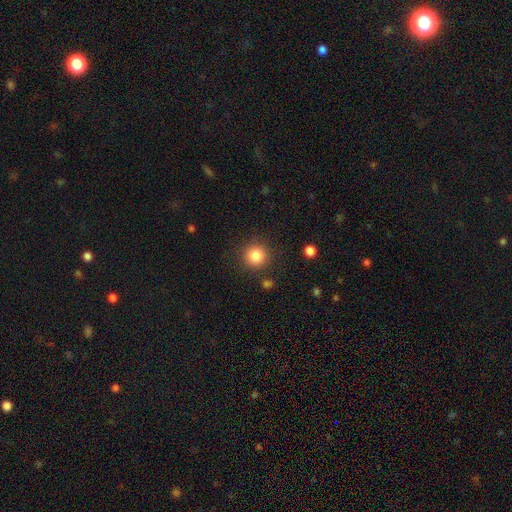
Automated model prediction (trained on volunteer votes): Q: Smooth or featured?
A: smooth (85%); runner-up: star or artifact (11%)
Q: How rounded?
A: round (94%); runner-up: in between (5%)
Q: Merging?
A: none (88%); runner-up: minor disturbance (7%)